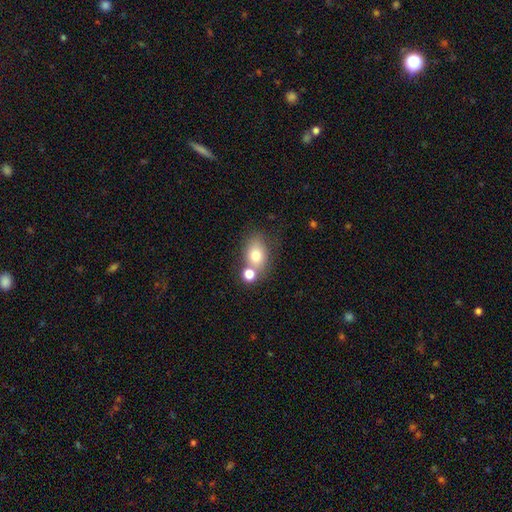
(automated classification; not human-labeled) Smooth or featured: smooth — 75% (featured or disk — 14%)
How rounded: in between — 65% (round — 33%)
Merging: none — 51% (merger — 30%)